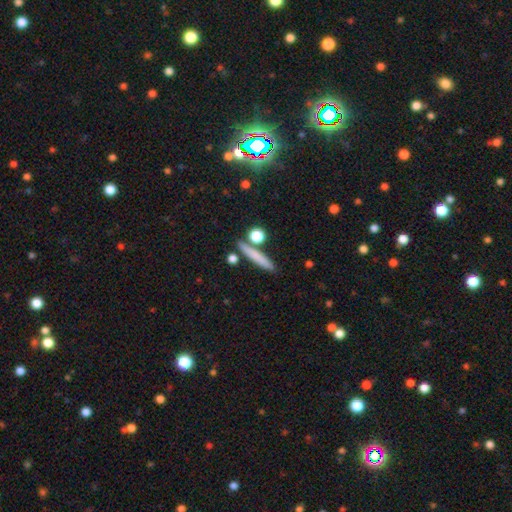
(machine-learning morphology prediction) The model was most divided on "smooth or featured": smooth: 73%, featured or disk: 18%, star or artifact: 9%. More confident: how rounded — cigar-shaped (85%); merging — none (79%).